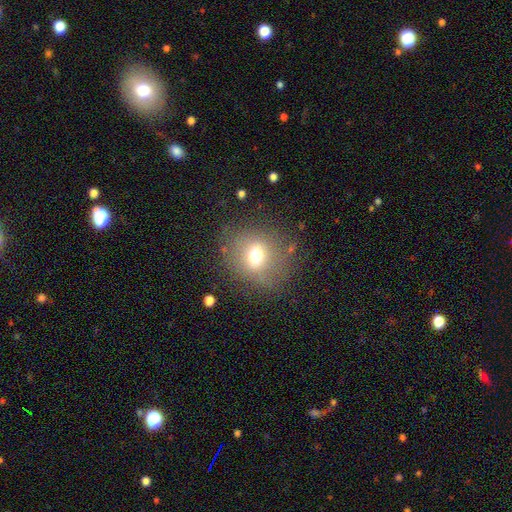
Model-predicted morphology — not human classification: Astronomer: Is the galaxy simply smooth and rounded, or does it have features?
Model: smooth — 64%.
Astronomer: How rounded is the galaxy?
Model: round — 76%.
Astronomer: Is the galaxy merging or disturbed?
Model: none — 77%.